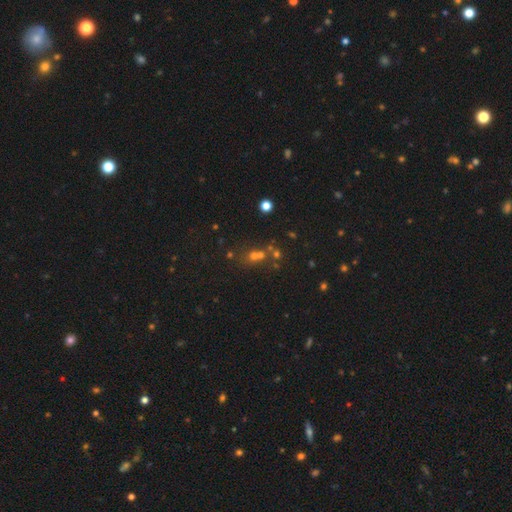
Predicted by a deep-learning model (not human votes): smooth-or-featured: smooth: 44% | star or artifact: 40% | featured or disk: 16%
  merging: none: 51% | merger: 35% | minor disturbance: 9% | major disturbance: 5%